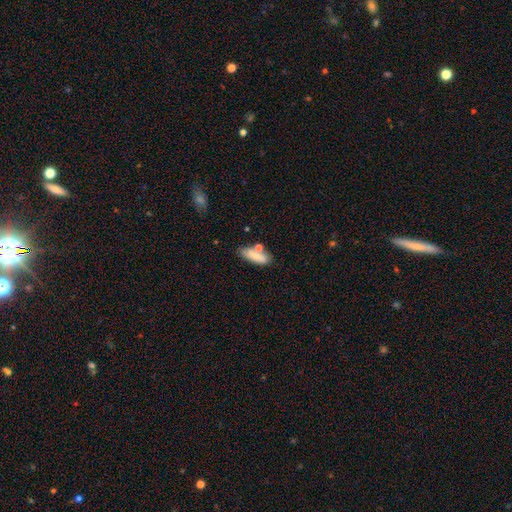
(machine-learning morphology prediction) Q: Smooth or featured?
A: smooth (76%); runner-up: featured or disk (16%)
Q: How rounded?
A: in between (61%); runner-up: cigar-shaped (36%)
Q: Merging?
A: none (58%); runner-up: merger (19%)